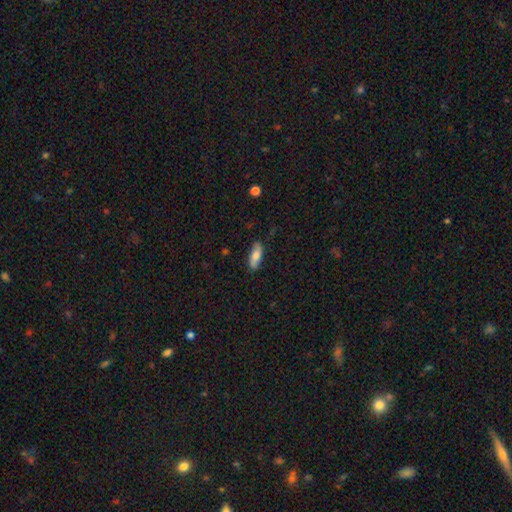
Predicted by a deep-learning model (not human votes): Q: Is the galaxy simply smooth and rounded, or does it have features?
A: smooth — 75%.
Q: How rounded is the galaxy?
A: in between — 73%.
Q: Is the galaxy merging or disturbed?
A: none — 83%.